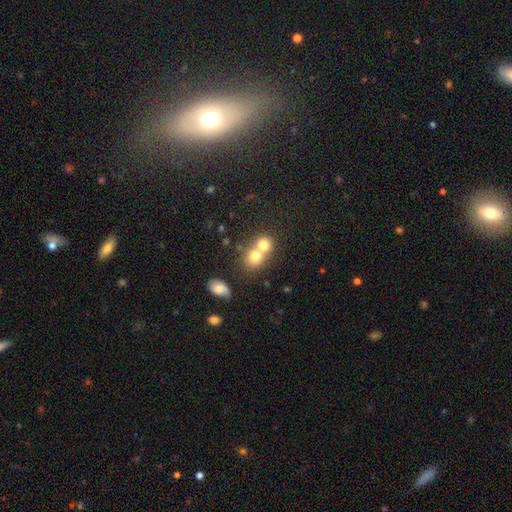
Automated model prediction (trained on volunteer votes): A smooth galaxy with no disk features (73%) that is round (71%).

Vote fractions:
- Smooth or featured? smooth: 73% / featured or disk: 16% / star or artifact: 11%
- How rounded? round: 71% / in between: 28% / cigar-shaped: 1%
- Merging? merger: 66% / none: 26% / minor disturbance: 5% / major disturbance: 3%